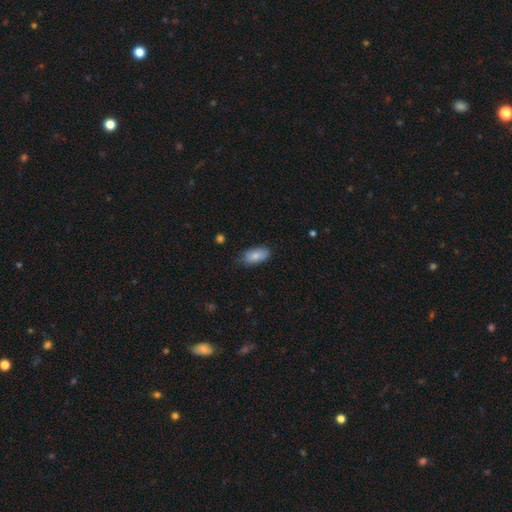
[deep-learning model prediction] The model was most divided on "merging": none: 77%, minor disturbance: 19%, major disturbance: 3%, merger: 1%. More confident: how rounded — in between (92%); smooth or featured — smooth (83%).